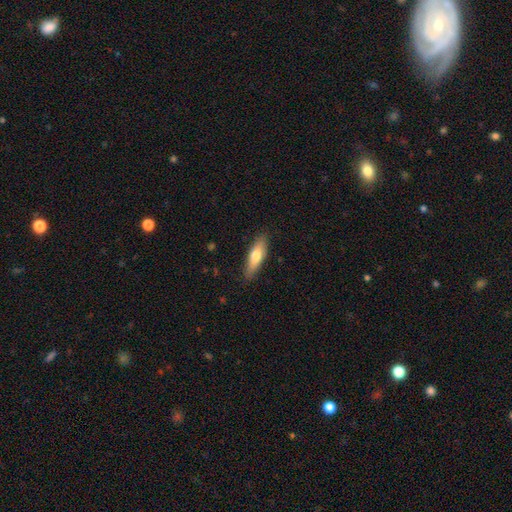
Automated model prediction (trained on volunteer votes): The model was most divided on "how rounded": cigar-shaped: 56%, in between: 42%, round: 2%. More confident: merging — none (86%); smooth or featured — smooth (67%).